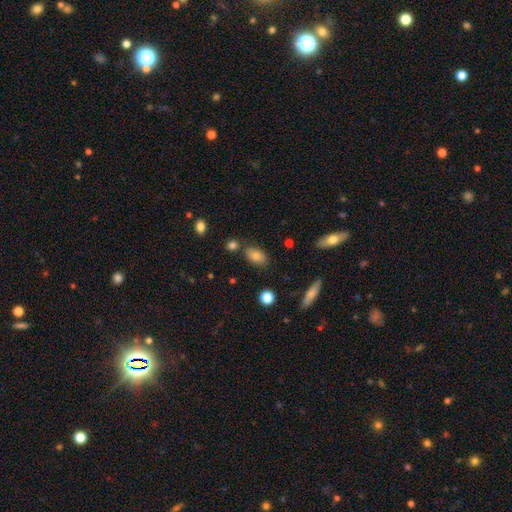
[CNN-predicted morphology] The model was most divided on "merging": none: 77%, minor disturbance: 13%, merger: 7%, major disturbance: 3%. More confident: how rounded — in between (87%); smooth or featured — smooth (78%).